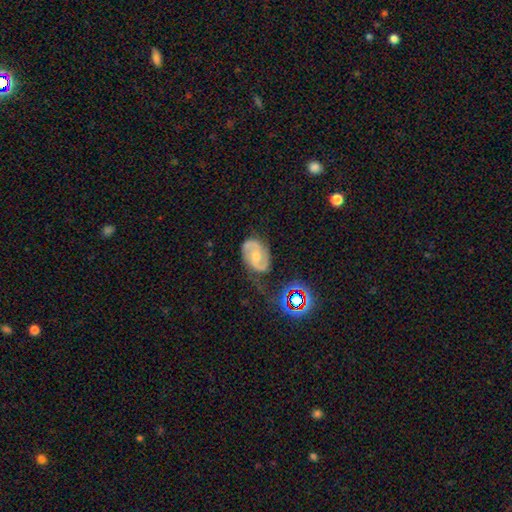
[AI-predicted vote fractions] Overall: featured or disk (79%). Edge-on disk: no (97%). Bar: no (47%; weak 42%). Spiral arms: yes (94%). Spiral arm count: 2 (89%). Spiral winding: medium (52%; tight 28%). Bulge size: moderate (47%, tied with small). Merging: none (66%).